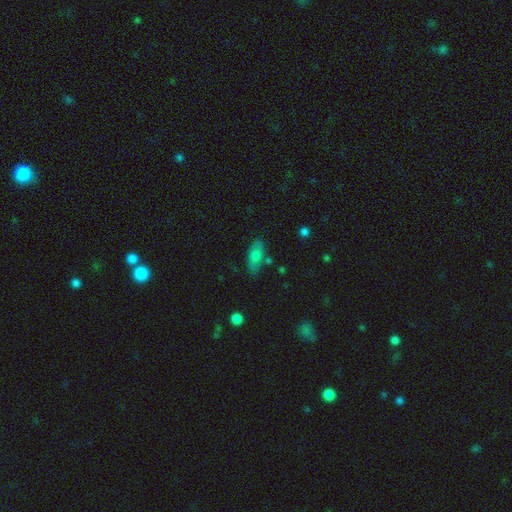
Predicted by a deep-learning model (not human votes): A smooth galaxy with no disk features (73%) that is in between round and cigar-shaped (81%). Merging: none (71%).